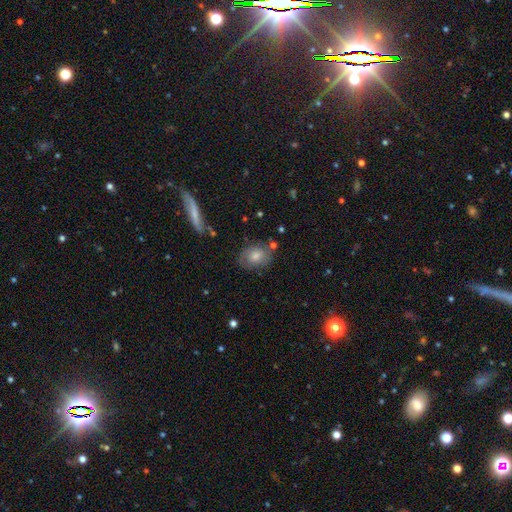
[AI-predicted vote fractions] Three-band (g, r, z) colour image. It shows a smooth galaxy with no disk features (57%) that is in between round and cigar-shaped (64%). Merging: none (75%).